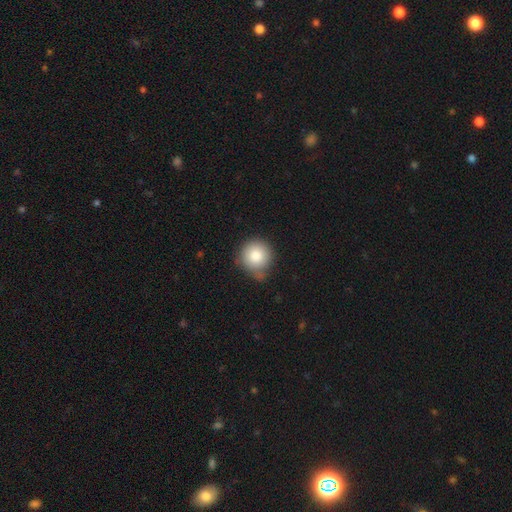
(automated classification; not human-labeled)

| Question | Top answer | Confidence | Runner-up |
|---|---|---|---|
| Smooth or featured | smooth | 84% | star or artifact (8%) |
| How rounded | round | 93% | in between (6%) |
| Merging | none | 62% | minor disturbance (27%) |